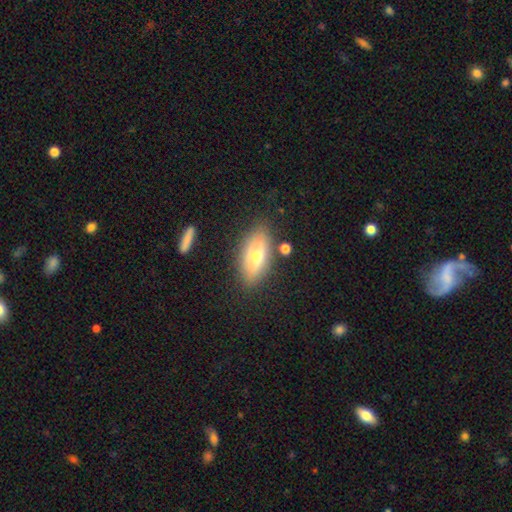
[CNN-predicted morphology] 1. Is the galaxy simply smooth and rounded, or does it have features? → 65% smooth, 27% featured or disk, 8% star or artifact.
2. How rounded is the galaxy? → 83% in between, 13% cigar-shaped, 4% round.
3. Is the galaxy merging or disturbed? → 80% none, 12% minor disturbance, 4% merger, 3% major disturbance.